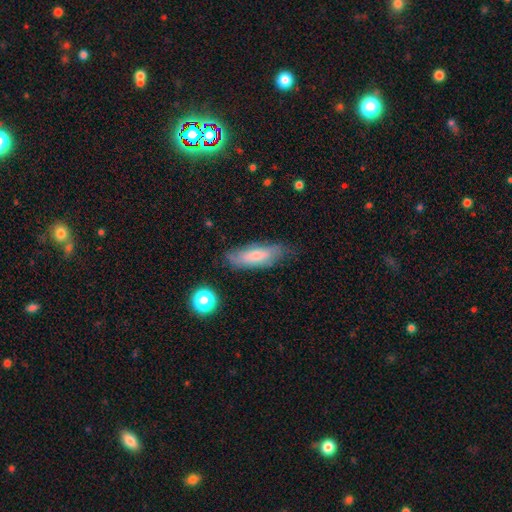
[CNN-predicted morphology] Overall: smooth (66%). How rounded: in between (54%; cigar-shaped 43%). Merging: none (69%).